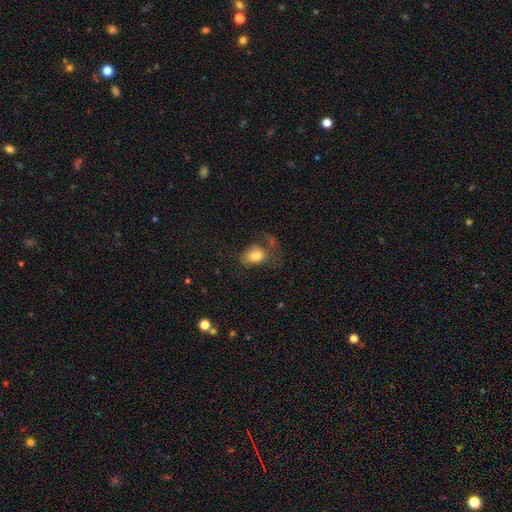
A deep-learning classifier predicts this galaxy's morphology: Smooth or featured?
  - smooth: 77% *
  - featured or disk: 14%
  - star or artifact: 9%
How rounded?
  - in between: 71% *
  - round: 28%
  - cigar-shaped: 1%
Merging?
  - none: 35% *
  - major disturbance: 33%
  - minor disturbance: 24%
  - merger: 8%